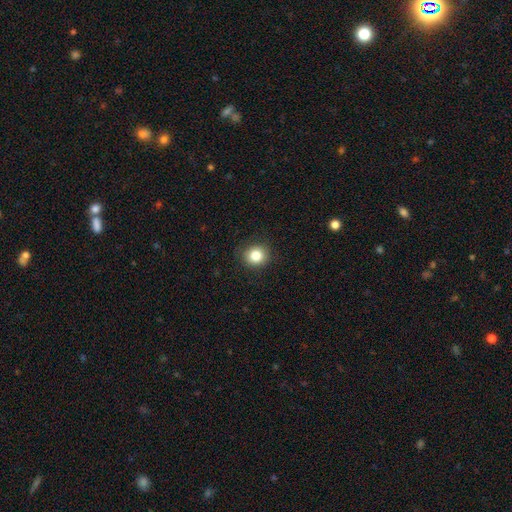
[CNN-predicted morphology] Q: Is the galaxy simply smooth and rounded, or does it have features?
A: smooth — 83%.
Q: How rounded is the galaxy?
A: round — 84%.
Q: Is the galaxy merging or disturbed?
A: none — 89%.